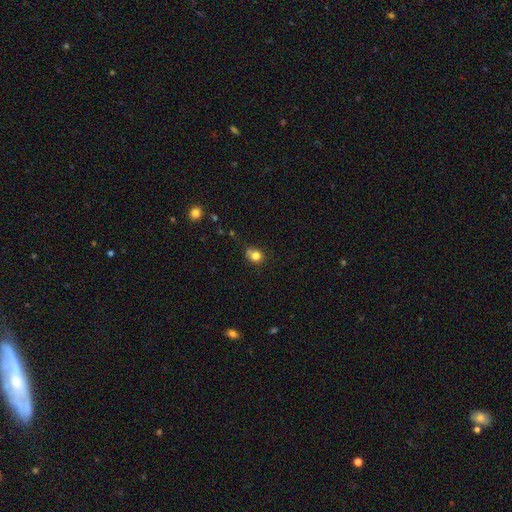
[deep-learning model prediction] smooth_or_featured: smooth (p=0.80) [alt: star or artifact p=0.12]
how_rounded: round (p=0.74) [alt: in between p=0.25]
merging: none (p=0.56) [alt: minor disturbance p=0.27]